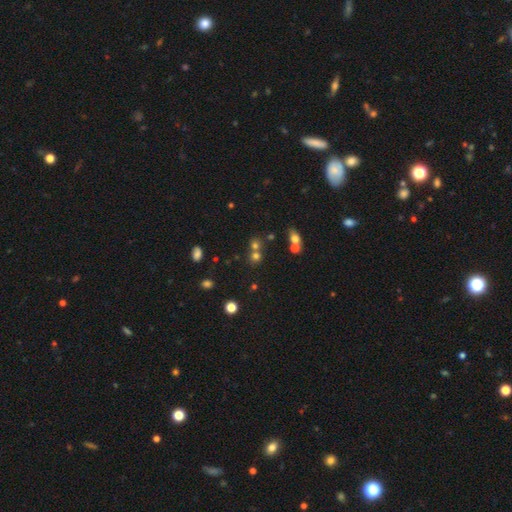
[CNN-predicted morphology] smooth_or_featured: smooth (p=0.63) [alt: star or artifact p=0.26]
how_rounded: round (p=0.84) [alt: in between p=0.14]
merging: none (p=0.52) [alt: merger p=0.37]